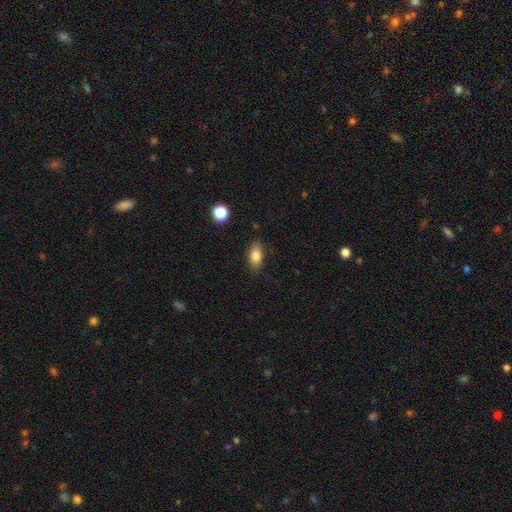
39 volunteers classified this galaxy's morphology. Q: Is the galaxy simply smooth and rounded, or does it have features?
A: smooth — 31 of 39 (79%).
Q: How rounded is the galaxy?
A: in between — 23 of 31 (74%).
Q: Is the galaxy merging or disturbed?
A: none — 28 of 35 (80%).